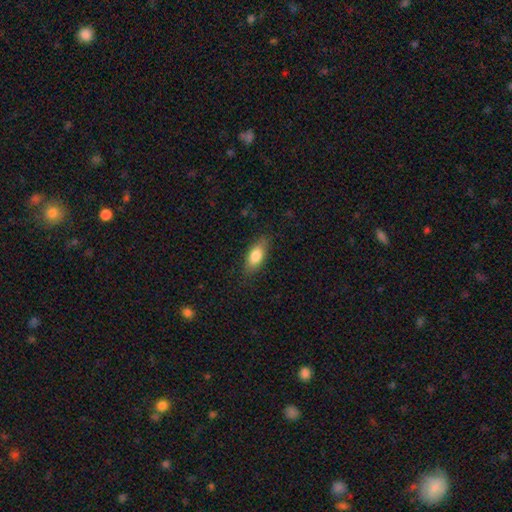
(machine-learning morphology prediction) Smooth or featured? smooth (81%)
How rounded? in between (81%)
Merging? none (81%)